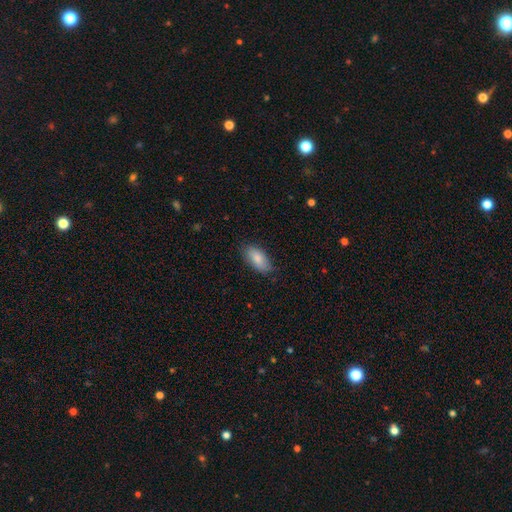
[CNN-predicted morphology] Smooth or featured?
  - smooth: 80% *
  - featured or disk: 12%
  - star or artifact: 8%
How rounded?
  - in between: 90% *
  - cigar-shaped: 8%
  - round: 3%
Merging?
  - none: 83% *
  - minor disturbance: 13%
  - major disturbance: 3%
  - merger: 1%